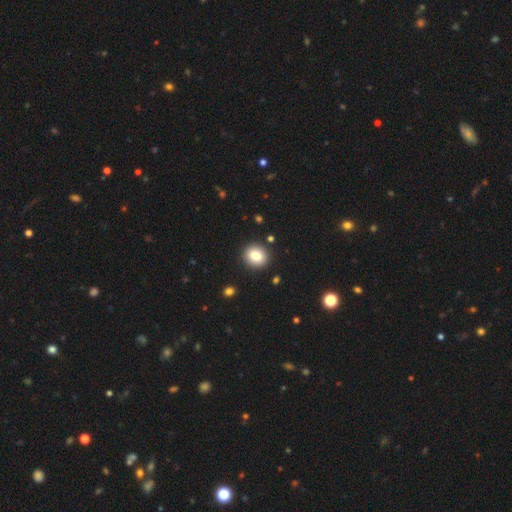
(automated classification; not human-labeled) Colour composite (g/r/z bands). It shows a smooth galaxy with no disk features (84%) that is round (75%). Merging: none (90%).